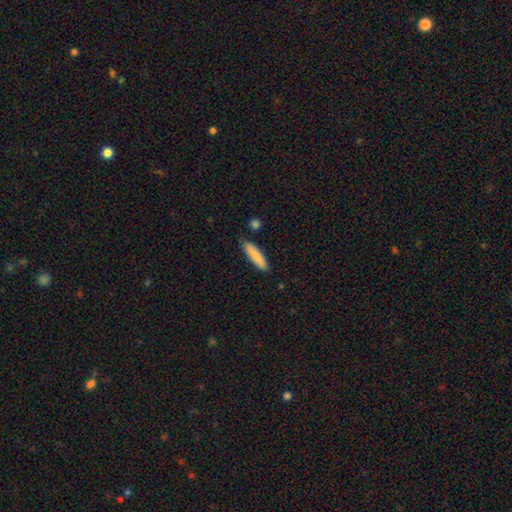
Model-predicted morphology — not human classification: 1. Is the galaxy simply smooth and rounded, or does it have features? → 83% smooth, 11% featured or disk, 6% star or artifact.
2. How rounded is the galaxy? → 73% cigar-shaped, 26% in between, 2% round.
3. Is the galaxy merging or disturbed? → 85% none, 11% minor disturbance, 2% merger, 2% major disturbance.